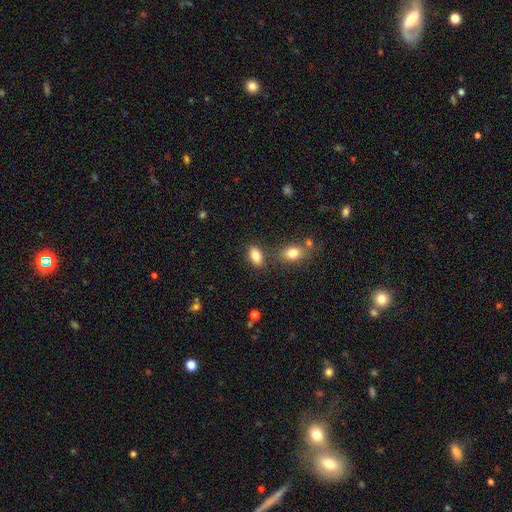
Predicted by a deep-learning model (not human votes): This appears to be a smooth galaxy with no disk features (85%) that is in between round and cigar-shaped (90%). Merging: none (76%).